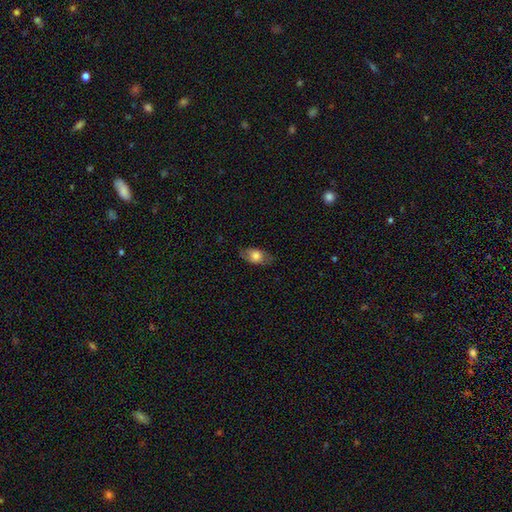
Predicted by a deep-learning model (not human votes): smooth 73%, featured or disk 20%, star or artifact 8%. Down the decision tree: how rounded — in between (84%); merging — none (74%).